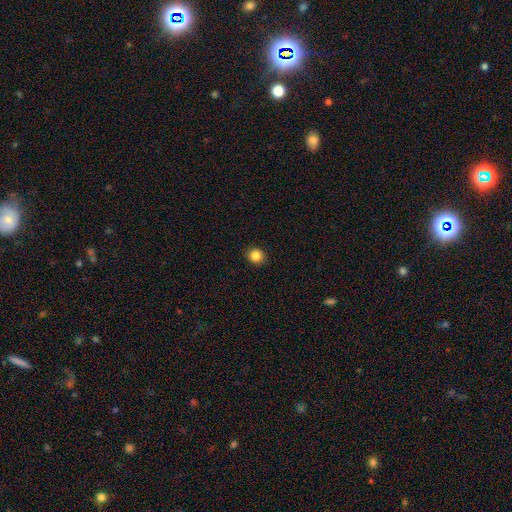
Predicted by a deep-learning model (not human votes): Overall: smooth (86%). How rounded: round (86%). Merging: none (92%).